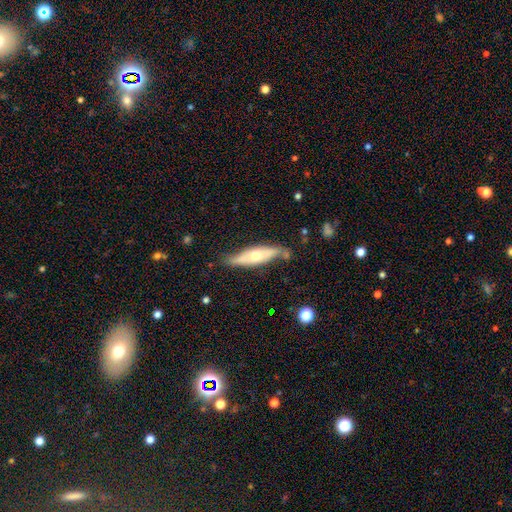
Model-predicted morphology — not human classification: smooth-or-featured: featured or disk: 52% | smooth: 42% | star or artifact: 6%
  disk-edge-on: yes: 61% | no: 39%
  merging: none: 66% | minor disturbance: 24% | major disturbance: 6% | merger: 5%